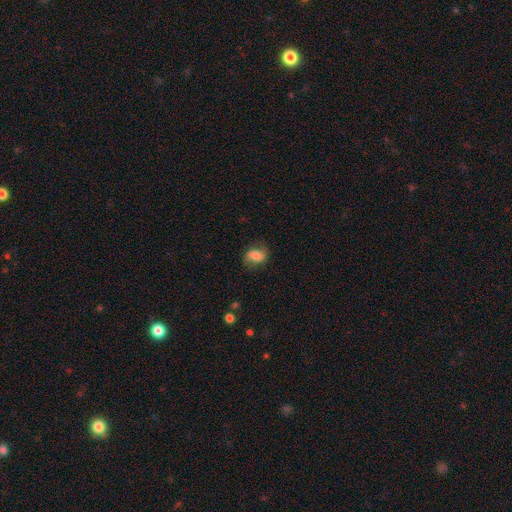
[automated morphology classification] Overall: smooth (51%; featured or disk 39%). How rounded: in between (69%; round 29%). Merging: none (68%).